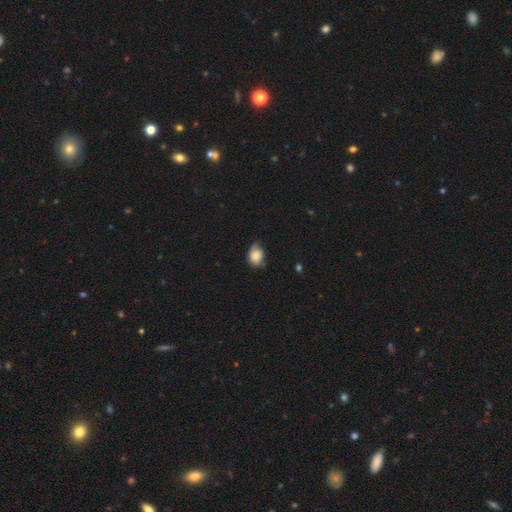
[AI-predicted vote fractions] Smooth or featured? Predicted: smooth (p=0.79). How rounded? Predicted: in between (p=0.72). Merging? Predicted: none (p=0.51).